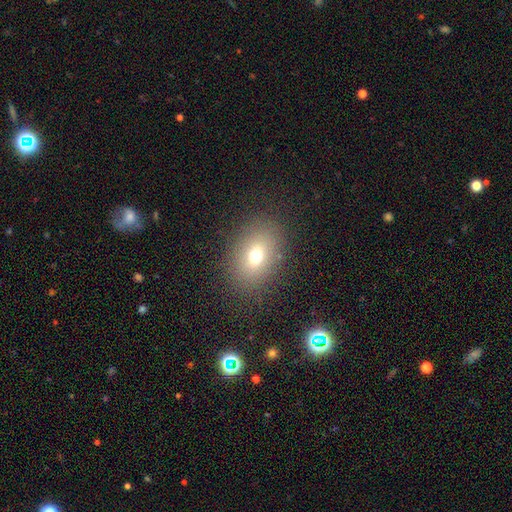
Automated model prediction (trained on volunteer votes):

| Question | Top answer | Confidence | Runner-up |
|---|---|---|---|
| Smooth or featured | smooth | 69% | featured or disk (15%) |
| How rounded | in between | 68% | round (30%) |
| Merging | none | 84% | minor disturbance (10%) |